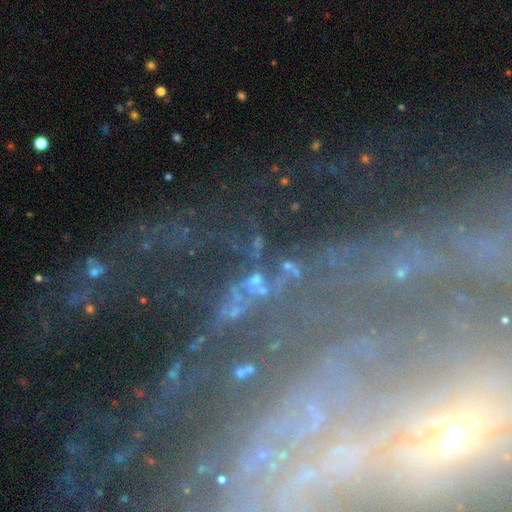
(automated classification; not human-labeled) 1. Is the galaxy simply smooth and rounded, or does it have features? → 49% featured or disk, 39% star or artifact, 13% smooth.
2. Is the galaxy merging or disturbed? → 68% none, 15% minor disturbance, 12% major disturbance, 5% merger.